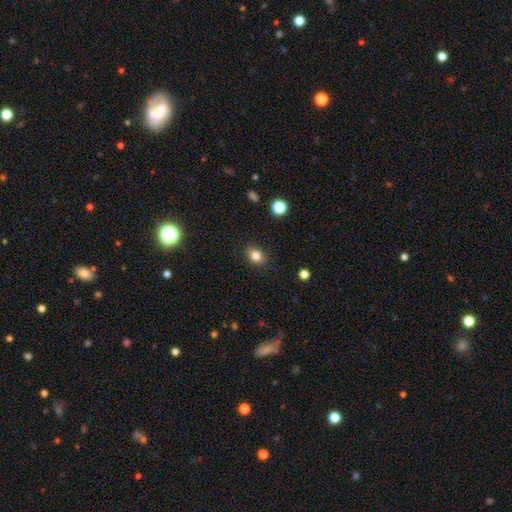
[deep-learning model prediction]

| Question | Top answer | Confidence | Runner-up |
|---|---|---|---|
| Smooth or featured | smooth | 83% | star or artifact (11%) |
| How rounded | in between | 60% | round (39%) |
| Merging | none | 87% | minor disturbance (9%) |